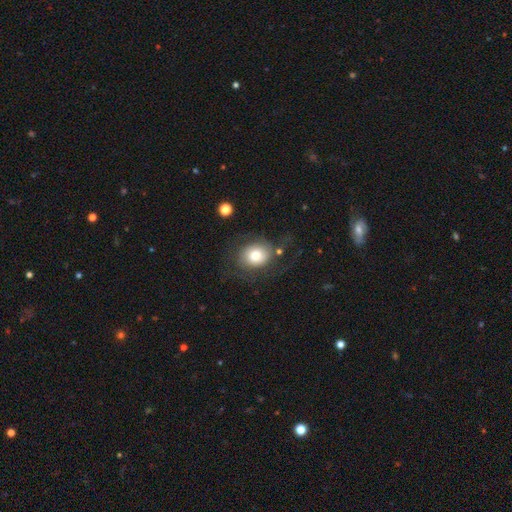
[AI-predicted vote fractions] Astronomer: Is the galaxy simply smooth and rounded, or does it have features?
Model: smooth — 65%.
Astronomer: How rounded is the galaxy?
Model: round — 65%.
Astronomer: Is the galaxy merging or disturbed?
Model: none — 59%.